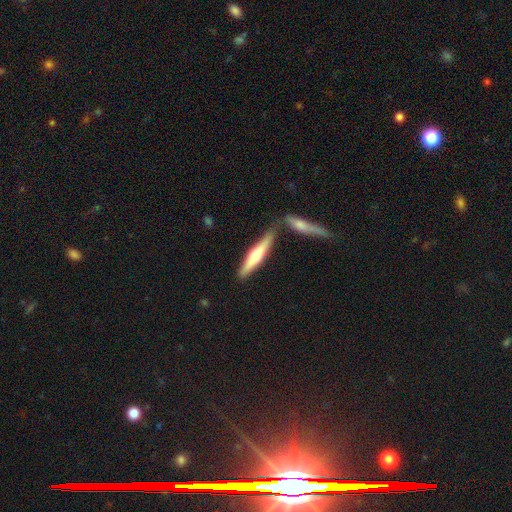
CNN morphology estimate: Q: Smooth or featured?
A: smooth (52%); runner-up: featured or disk (43%)
Q: How rounded?
A: cigar-shaped (88%); runner-up: in between (11%)
Q: Merging?
A: none (69%); runner-up: merger (16%)